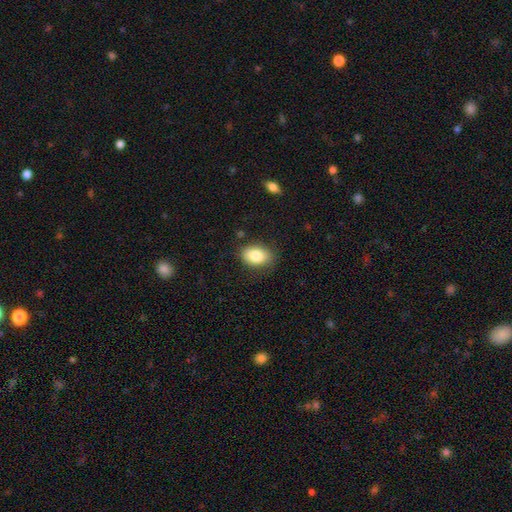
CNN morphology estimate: Smooth or featured?
  - smooth: 84% *
  - featured or disk: 8%
  - star or artifact: 8%
How rounded?
  - in between: 82% *
  - round: 17%
  - cigar-shaped: 1%
Merging?
  - none: 81% *
  - minor disturbance: 14%
  - major disturbance: 3%
  - merger: 1%